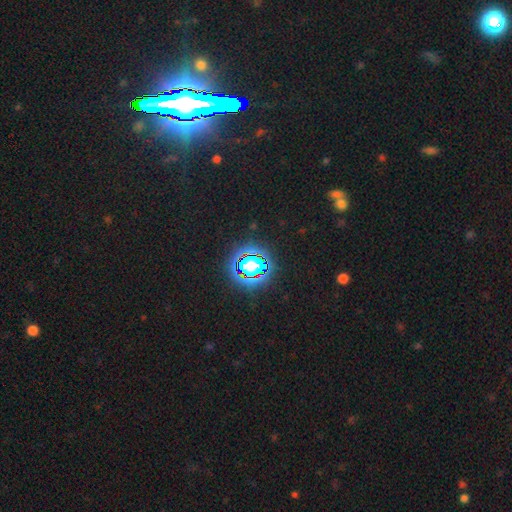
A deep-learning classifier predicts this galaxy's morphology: A star or artifact, not a galaxy (83%).